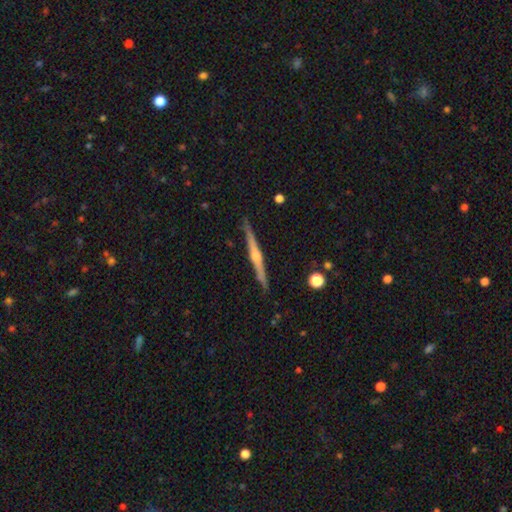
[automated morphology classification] Overall: featured or disk (81%). Edge-on disk: yes (99%). Edge-on bulge: rounded (86%). Merging: none (91%).